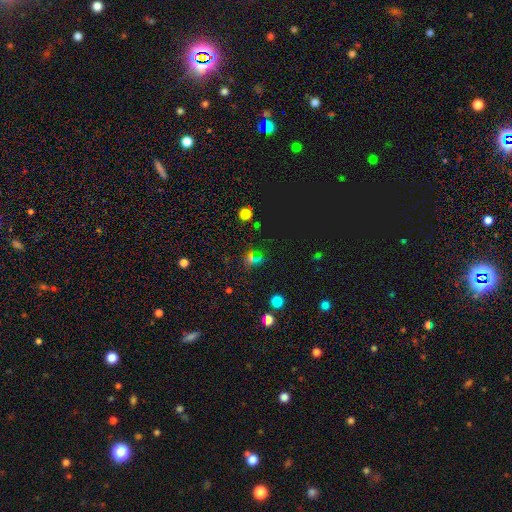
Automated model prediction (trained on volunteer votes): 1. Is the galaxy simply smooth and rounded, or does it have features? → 50% star or artifact, 41% smooth, 10% featured or disk.